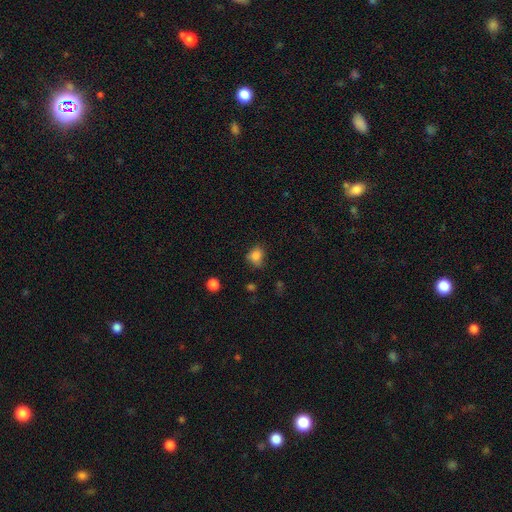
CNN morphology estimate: Smooth or featured? smooth (82%)
How rounded? round (66%)
Merging? none (62%)